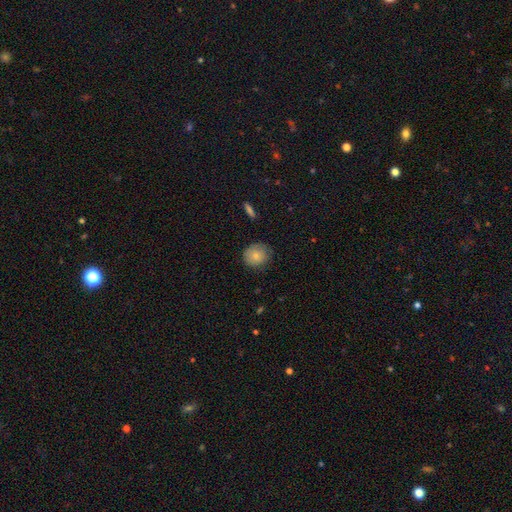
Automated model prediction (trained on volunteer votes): Smooth or featured? smooth (80%)
How rounded? round (86%)
Merging? none (77%)